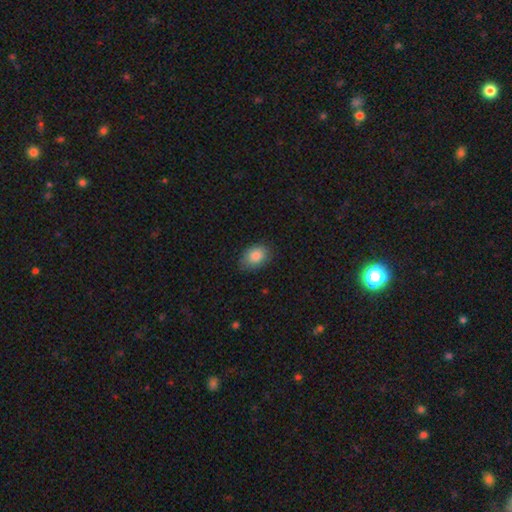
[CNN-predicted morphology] Smooth or featured? Predicted: smooth (p=0.86). How rounded? Predicted: in between (p=0.81). Merging? Predicted: none (p=0.81).